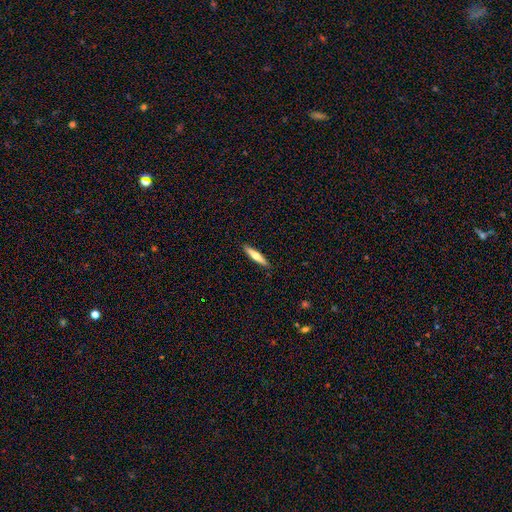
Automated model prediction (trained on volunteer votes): smooth_or_featured: smooth (p=0.59) [alt: featured or disk p=0.35]
how_rounded: cigar-shaped (p=0.87) [alt: in between p=0.11]
merging: none (p=0.91) [alt: minor disturbance p=0.07]